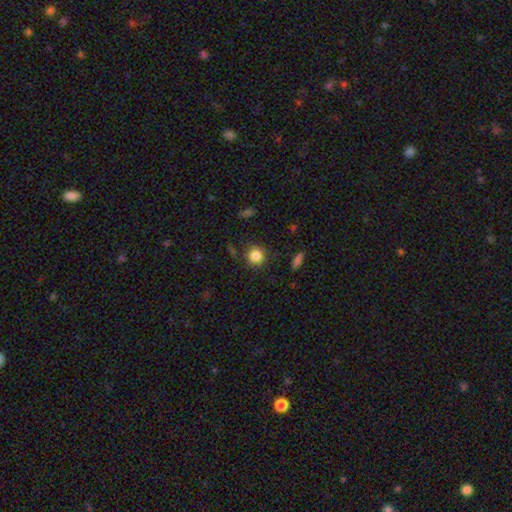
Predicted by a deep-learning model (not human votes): The model was most divided on "smooth or featured": smooth: 84%, star or artifact: 11%, featured or disk: 6%. More confident: how rounded — round (91%); merging — none (87%).